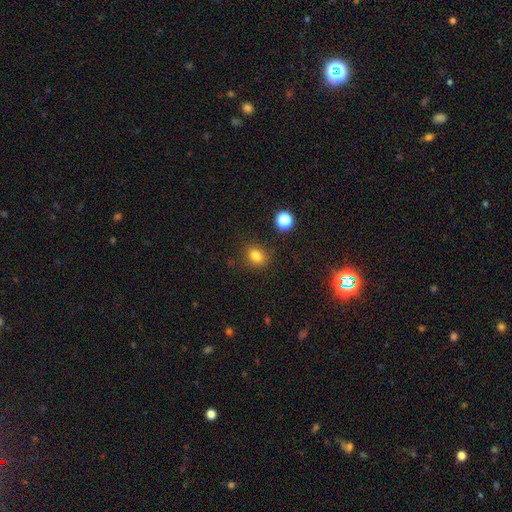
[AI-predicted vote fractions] Q: Smooth or featured?
A: smooth (80%); runner-up: star or artifact (14%)
Q: How rounded?
A: round (52%); runner-up: in between (47%)
Q: Merging?
A: none (82%); runner-up: minor disturbance (12%)